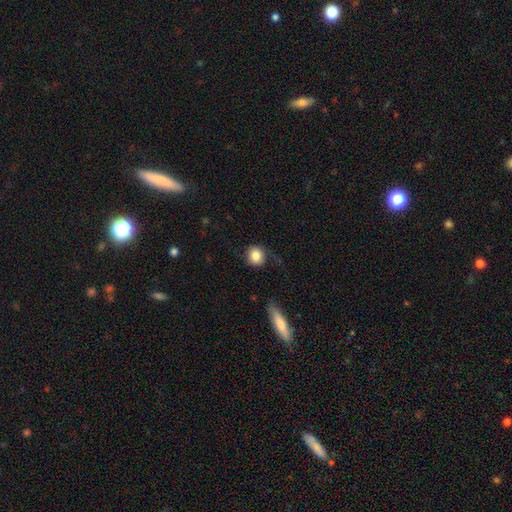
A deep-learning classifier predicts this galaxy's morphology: Smooth or featured? Predicted: smooth (p=0.83). How rounded? Predicted: round (p=0.84). Merging? Predicted: none (p=0.73).